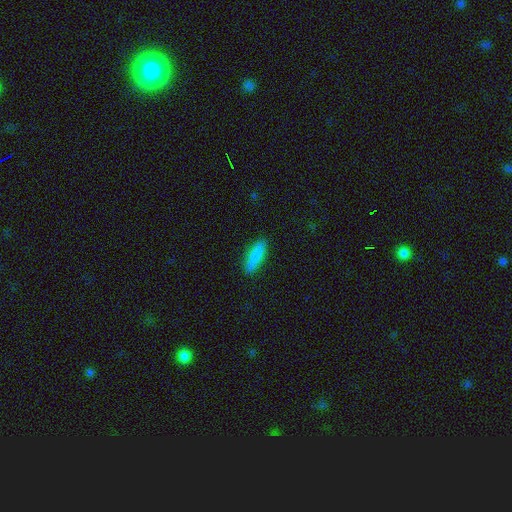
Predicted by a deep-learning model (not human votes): smooth_or_featured: smooth (p=0.87) [alt: featured or disk p=0.07]
how_rounded: cigar-shaped (p=0.52) [alt: in between p=0.47]
merging: none (p=0.88) [alt: minor disturbance p=0.09]